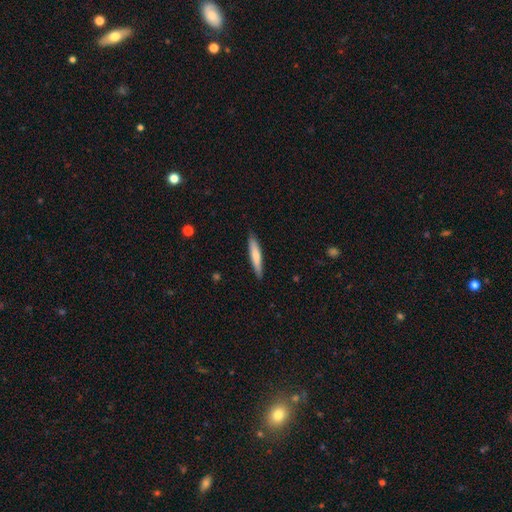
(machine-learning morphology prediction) type=smooth (68%); roundness=cigar-shaped (90%); merging=none (88%).